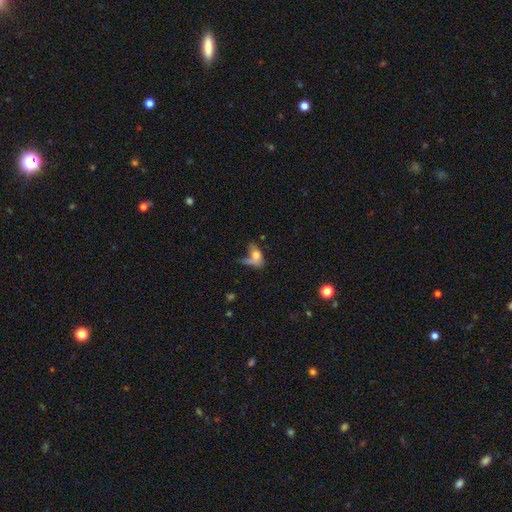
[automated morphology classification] A smooth galaxy with no disk features (63%) that is in between round and cigar-shaped (81%). Merging: major disturbance (36%).